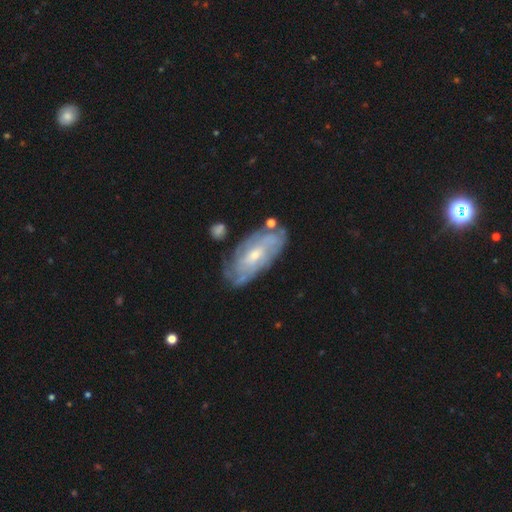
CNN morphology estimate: Smooth or featured? Predicted: featured or disk (p=0.73). Edge-on disk? Predicted: no (p=0.89). Bar? Predicted: no (p=0.49). Spiral arms? Predicted: yes (p=0.85). Spiral winding? Predicted: tight (p=0.64). Spiral arm count? Predicted: can't tell (p=0.51). Bulge size? Predicted: moderate (p=0.48). Merging? Predicted: none (p=0.75).